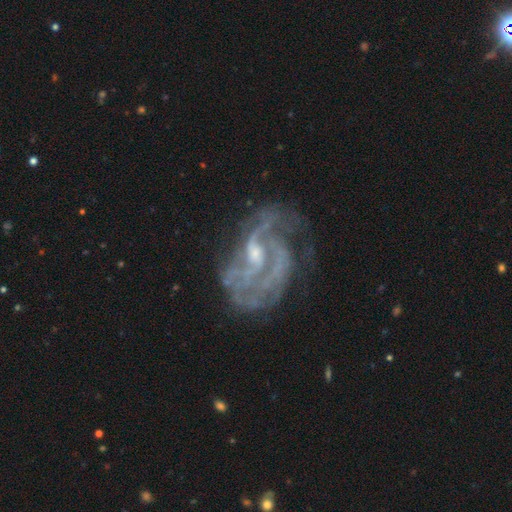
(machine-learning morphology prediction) smooth_or_featured: featured or disk (p=0.87) [alt: star or artifact p=0.07]
disk_edge_on: no (p=0.97) [alt: yes p=0.03]
bar: weak (p=0.45) [alt: no p=0.44]
has_spiral_arms: yes (p=0.90) [alt: no p=0.10]
spiral_winding: medium (p=0.46) [alt: tight p=0.31]
spiral_arm_count: 2 (p=0.39) [alt: can't tell p=0.26]
bulge_size: small (p=0.48) [alt: moderate p=0.36]
merging: none (p=0.47) [alt: major disturbance p=0.28]